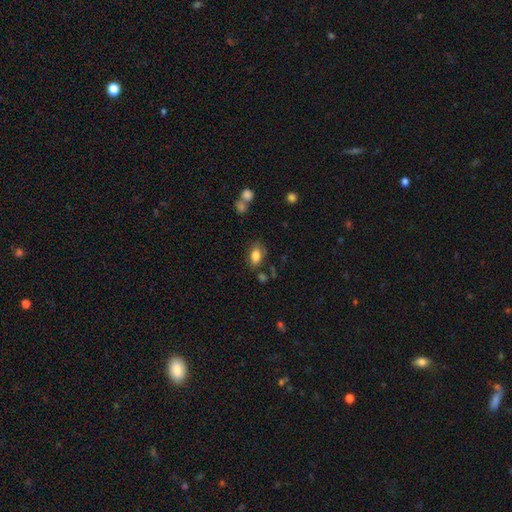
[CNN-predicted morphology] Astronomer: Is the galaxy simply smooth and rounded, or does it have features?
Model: smooth — 82%.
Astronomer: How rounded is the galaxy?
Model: in between — 88%.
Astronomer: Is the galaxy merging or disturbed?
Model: none — 71%.